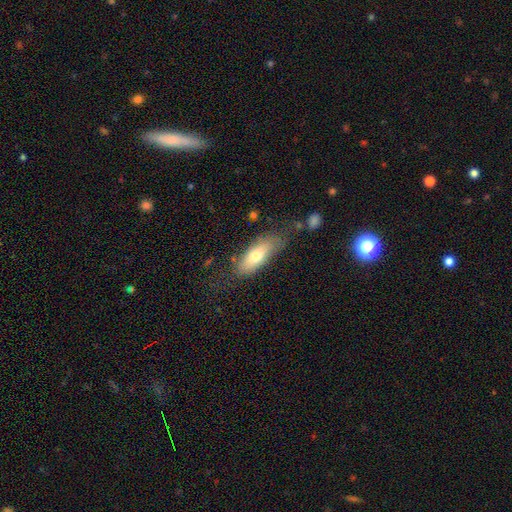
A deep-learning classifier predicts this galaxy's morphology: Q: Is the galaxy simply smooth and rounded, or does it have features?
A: smooth — 70%.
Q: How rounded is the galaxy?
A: in between — 75%.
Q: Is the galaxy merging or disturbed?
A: none — 68%.